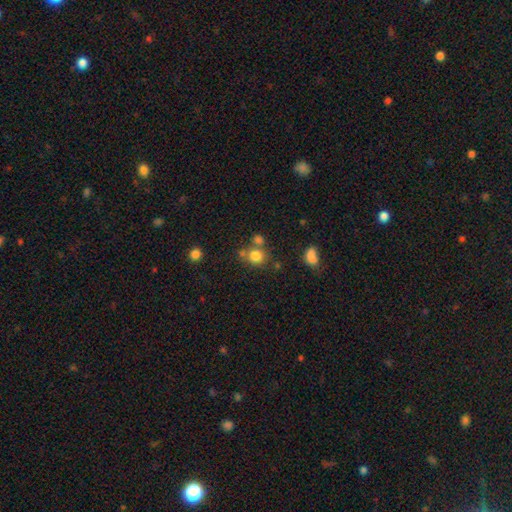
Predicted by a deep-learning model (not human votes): Smooth or featured: smooth — 79% (star or artifact — 13%)
How rounded: round — 83% (in between — 16%)
Merging: none — 61% (merger — 24%)